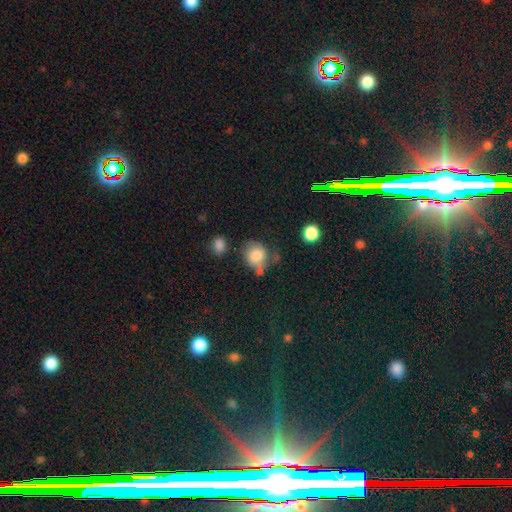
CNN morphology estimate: smooth_or_featured: smooth (p=0.78) [alt: featured or disk p=0.13]
how_rounded: round (p=0.73) [alt: in between p=0.26]
merging: none (p=0.47) [alt: minor disturbance p=0.26]